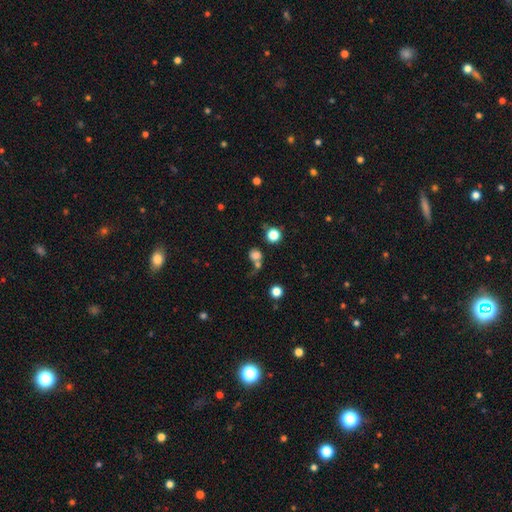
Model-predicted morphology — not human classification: A smooth galaxy with no disk features (74%) that is round (81%). Merging: none (48%).